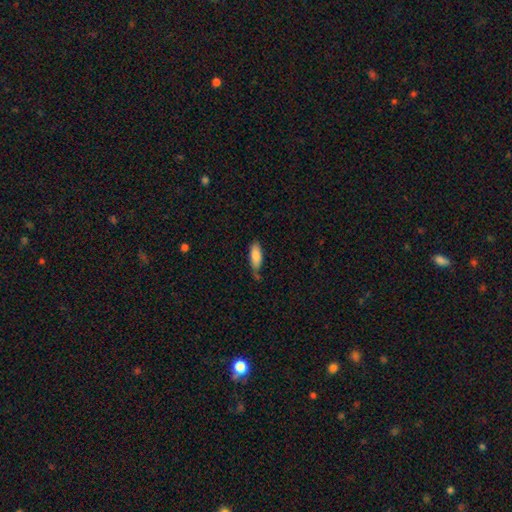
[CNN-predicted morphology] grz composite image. It shows a smooth galaxy with no disk features (85%) that is in between round and cigar-shaped (71%). Merging: none (56%).